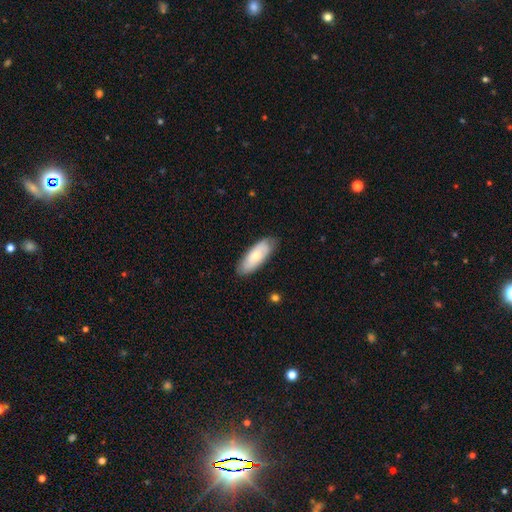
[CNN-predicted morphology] Smooth or featured?
  - smooth: 64% *
  - featured or disk: 31%
  - star or artifact: 5%
How rounded?
  - in between: 74% *
  - cigar-shaped: 24%
  - round: 2%
Merging?
  - none: 82% *
  - minor disturbance: 14%
  - major disturbance: 2%
  - merger: 1%